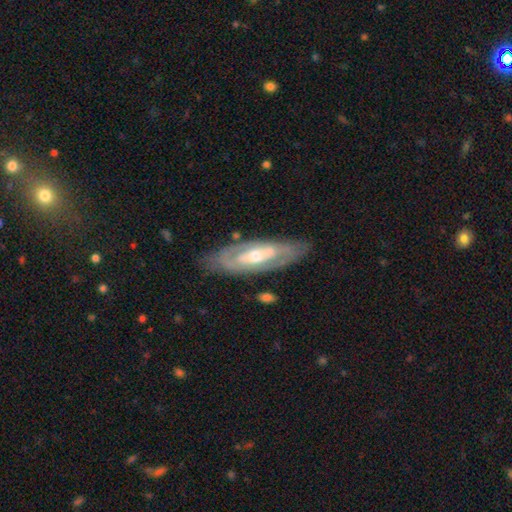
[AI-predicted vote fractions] A featured or disk galaxy (76%) with no bar (58%), spiral arms (57%) and a moderate central bulge (60%).

Vote fractions:
- Smooth or featured? featured or disk: 76% / smooth: 19% / star or artifact: 5%
- Edge-on disk? no: 83% / yes: 17%
- Bar? no: 58% / weak: 27% / strong: 16%
- Spiral arms? yes: 57% / no: 43%
- Bulge size? moderate: 60% / small: 33% / large: 5% / none: 1% / dominant: 1%
- Merging? none: 79% / minor disturbance: 14% / major disturbance: 5% / merger: 2%